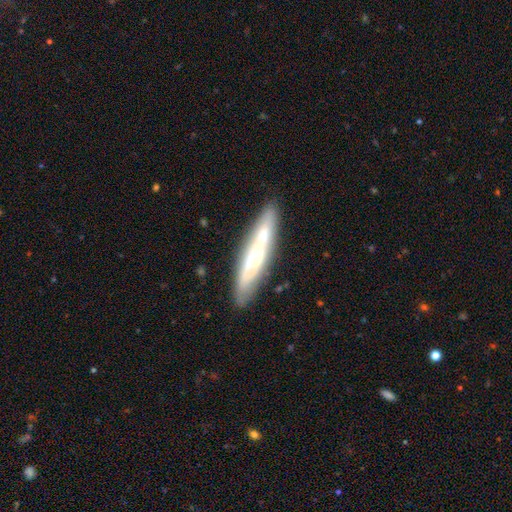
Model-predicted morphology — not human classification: Overall: featured or disk (56%; smooth 37%). Edge-on disk: yes (63%; no 37%). Merging: none (79%).